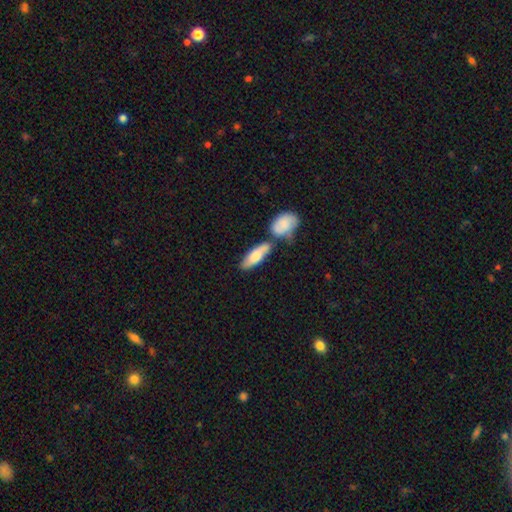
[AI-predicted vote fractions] smooth_or_featured: smooth (p=0.69) [alt: featured or disk p=0.26]
how_rounded: in between (p=0.66) [alt: cigar-shaped p=0.31]
merging: none (p=0.50) [alt: merger p=0.30]